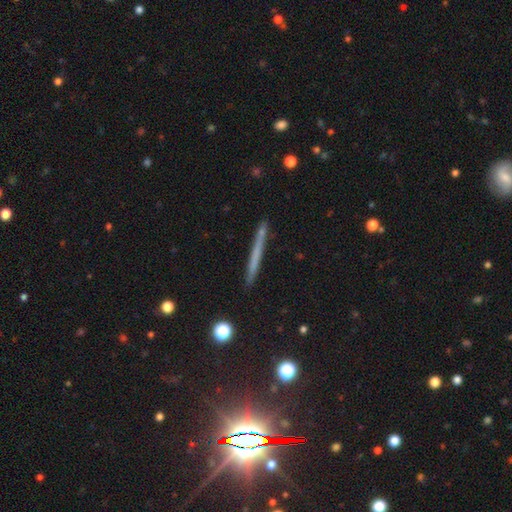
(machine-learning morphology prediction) smooth 52%, featured or disk 40%, star or artifact 8%. Down the decision tree: how rounded — cigar-shaped (96%); merging — none (89%).